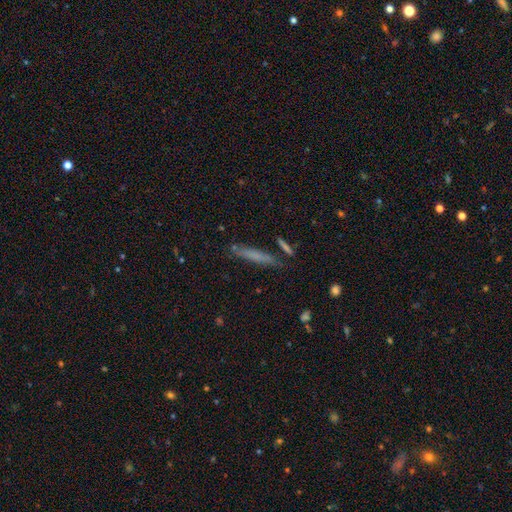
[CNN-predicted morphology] Smooth or featured? Predicted: smooth (p=0.63). How rounded? Predicted: cigar-shaped (p=0.93). Merging? Predicted: none (p=0.82).